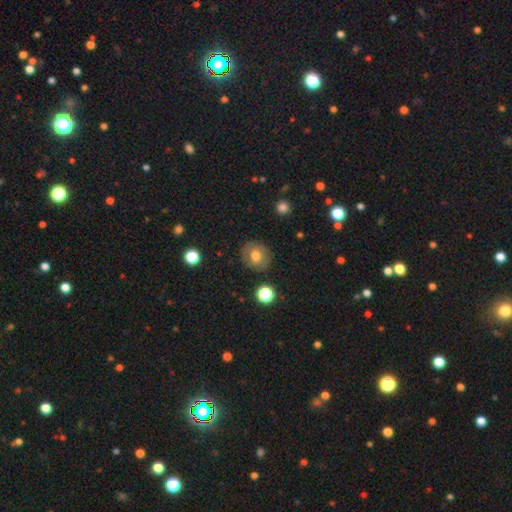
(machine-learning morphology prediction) smooth 68%, featured or disk 21%, star or artifact 10%. Down the decision tree: how rounded — round (75%); merging — none (83%).